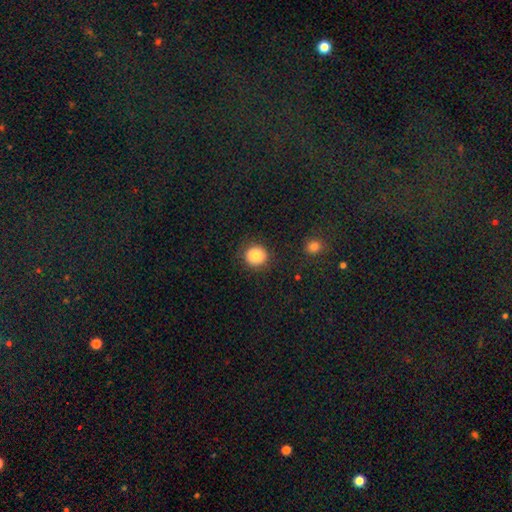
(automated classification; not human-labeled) Smooth or featured? smooth (84%)
How rounded? round (92%)
Merging? none (88%)